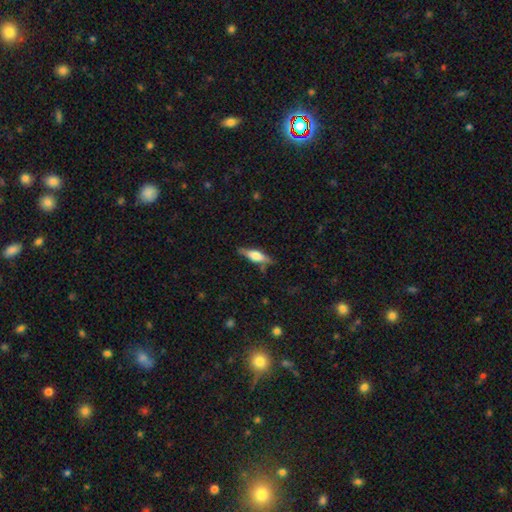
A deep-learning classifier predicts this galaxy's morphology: A featured or disk galaxy (50%). Merging: none (81%).